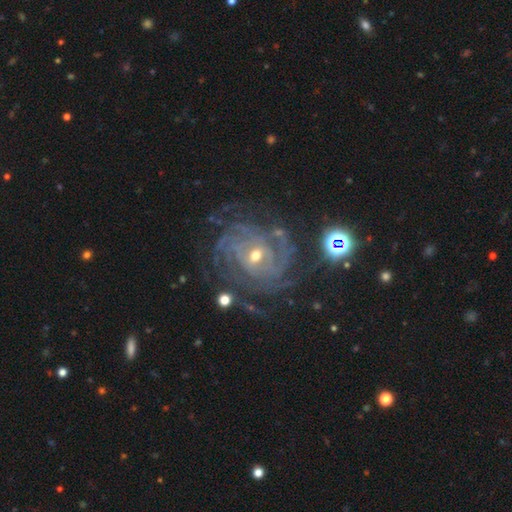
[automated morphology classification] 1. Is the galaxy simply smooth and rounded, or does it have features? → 88% featured or disk, 7% star or artifact, 5% smooth.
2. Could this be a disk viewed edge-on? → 97% no, 3% yes.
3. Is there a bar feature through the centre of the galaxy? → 43% no, 41% weak, 16% strong.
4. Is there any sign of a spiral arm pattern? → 97% yes, 3% no.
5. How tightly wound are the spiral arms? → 70% tight, 25% medium, 6% loose.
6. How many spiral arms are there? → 28% can't tell, 21% 4, 17% more than 4, 15% 3, 11% 2, 7% 1.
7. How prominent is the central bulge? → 49% small, 47% moderate, 2% large, 1% none, 1% dominant.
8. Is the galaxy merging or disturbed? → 67% none, 18% minor disturbance, 12% major disturbance, 3% merger.